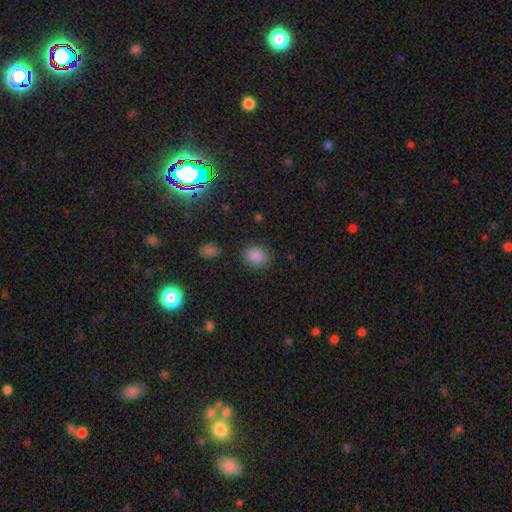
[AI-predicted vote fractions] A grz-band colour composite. It shows a smooth galaxy with no disk features (85%) that is round (65%). Merging: none (85%).